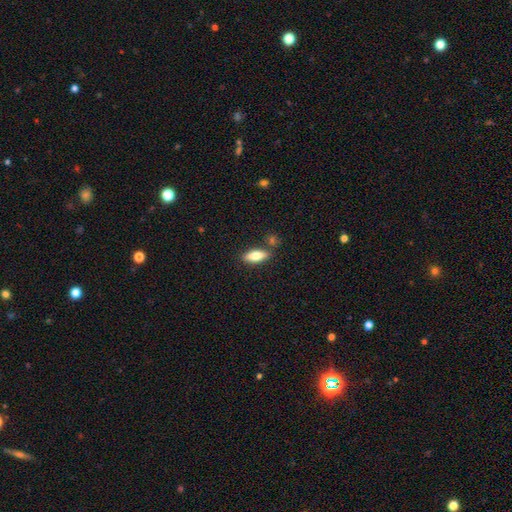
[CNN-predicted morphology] Smooth or featured? smooth (78%)
How rounded? in between (75%)
Merging? none (79%)